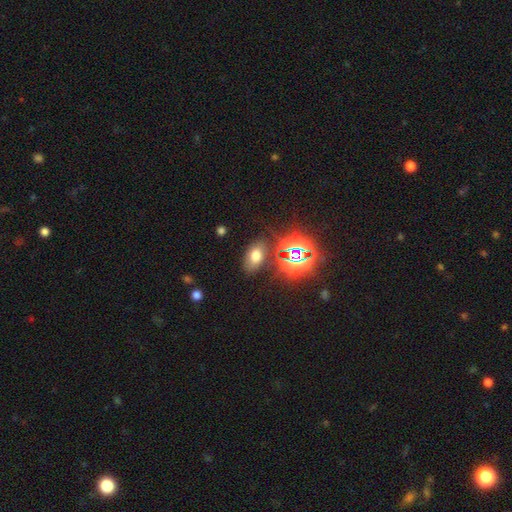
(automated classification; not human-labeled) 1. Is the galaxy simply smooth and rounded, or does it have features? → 60% smooth, 28% star or artifact, 12% featured or disk.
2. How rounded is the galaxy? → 87% in between, 11% round, 2% cigar-shaped.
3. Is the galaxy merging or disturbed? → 79% none, 12% minor disturbance, 5% merger, 5% major disturbance.